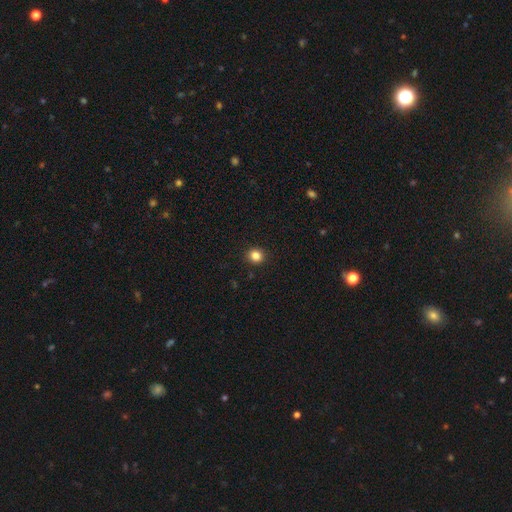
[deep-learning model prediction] Smooth or featured? smooth (84%)
How rounded? round (90%)
Merging? none (92%)